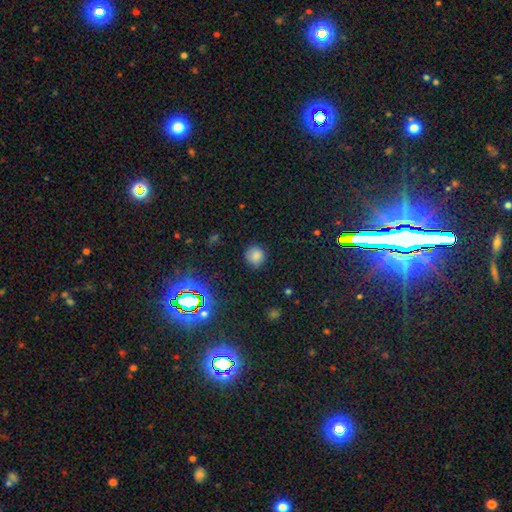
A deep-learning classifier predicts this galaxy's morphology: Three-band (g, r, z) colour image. It shows a smooth galaxy with no disk features (80%) that is round (91%). Merging: none (86%).